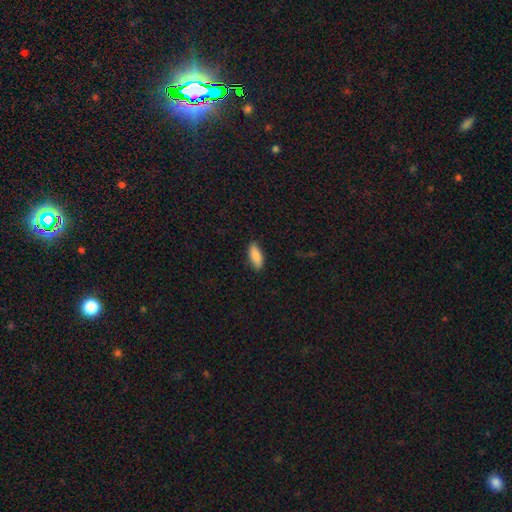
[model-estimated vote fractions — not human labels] Q: Smooth or featured?
A: smooth (88%); runner-up: star or artifact (6%)
Q: How rounded?
A: in between (80%); runner-up: cigar-shaped (18%)
Q: Merging?
A: none (85%); runner-up: minor disturbance (11%)